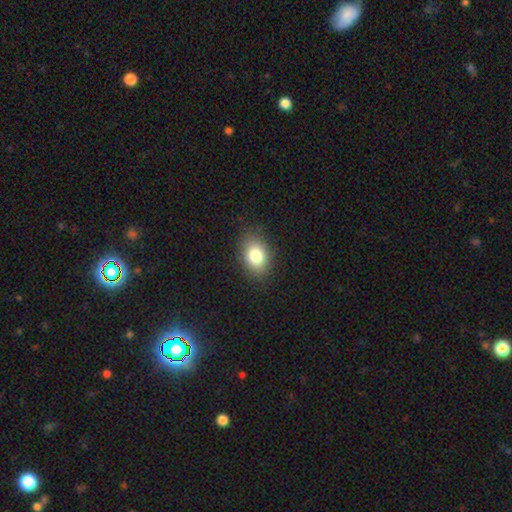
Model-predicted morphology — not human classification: Smooth or featured? Predicted: smooth (p=0.81). How rounded? Predicted: in between (p=0.73). Merging? Predicted: none (p=0.86).